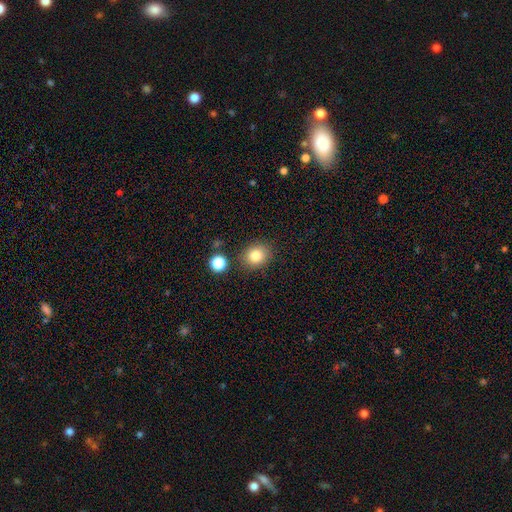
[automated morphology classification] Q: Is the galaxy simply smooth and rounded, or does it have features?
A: smooth — 82%.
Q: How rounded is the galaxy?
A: round — 69%.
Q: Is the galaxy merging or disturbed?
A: none — 84%.